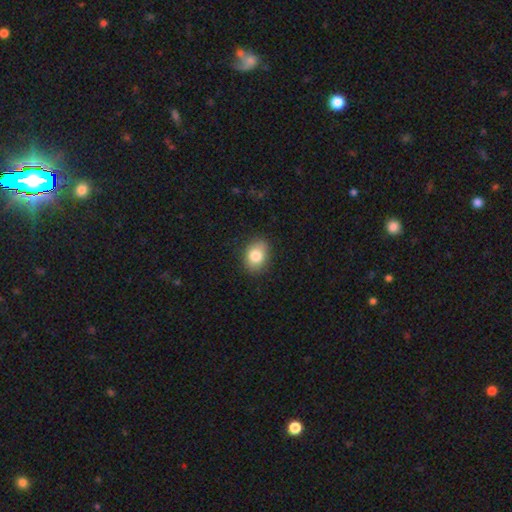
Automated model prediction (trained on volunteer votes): Smooth or featured? Predicted: smooth (p=0.82). How rounded? Predicted: in between (p=0.65). Merging? Predicted: none (p=0.81).